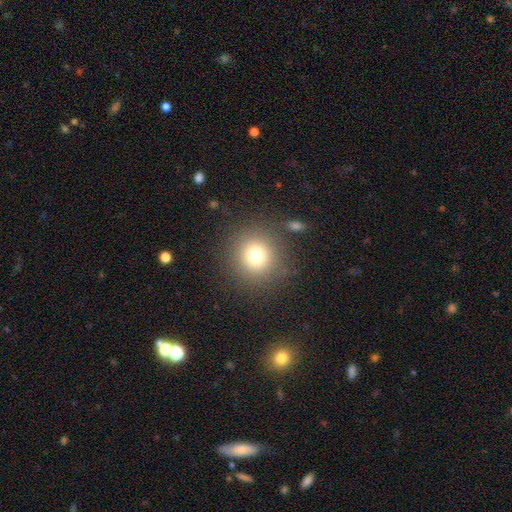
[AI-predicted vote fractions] smooth_or_featured: smooth (p=0.75) [alt: star or artifact p=0.15]
how_rounded: round (p=0.93) [alt: in between p=0.06]
merging: none (p=0.86) [alt: minor disturbance p=0.07]